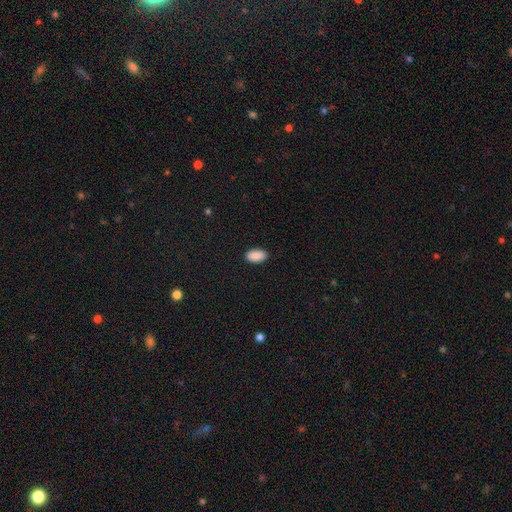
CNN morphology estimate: A smooth galaxy with no disk features (91%) that is in between round and cigar-shaped (95%).

Vote fractions:
- Smooth or featured? smooth: 91% / star or artifact: 7% / featured or disk: 2%
- How rounded? in between: 95% / round: 4% / cigar-shaped: 2%
- Merging? none: 90% / minor disturbance: 7% / major disturbance: 2% / merger: 1%